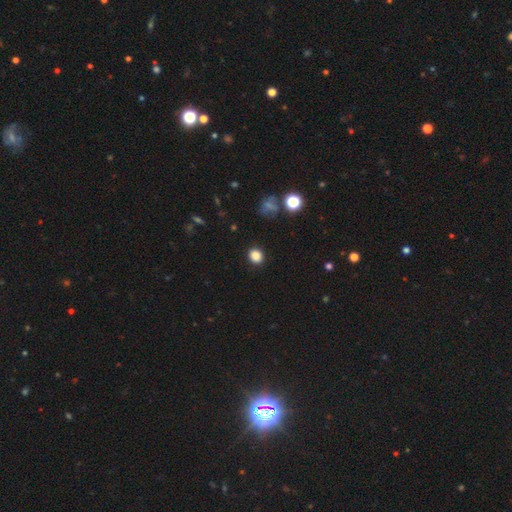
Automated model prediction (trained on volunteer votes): This appears to be a smooth galaxy with no disk features (85%) that is round (73%). Merging: none (89%).